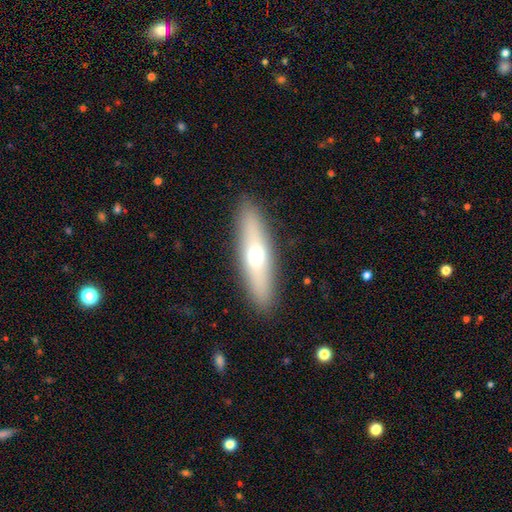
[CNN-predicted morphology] Q: Smooth or featured?
A: smooth (52%); runner-up: featured or disk (41%)
Q: How rounded?
A: cigar-shaped (74%); runner-up: in between (24%)
Q: Merging?
A: none (90%); runner-up: minor disturbance (7%)